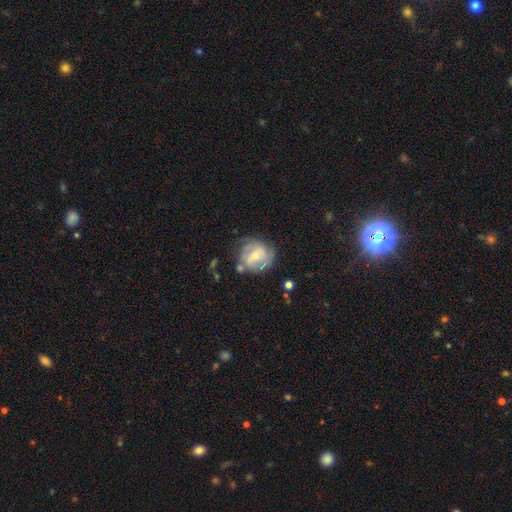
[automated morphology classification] Smooth or featured? Predicted: featured or disk (p=0.60). Edge-on disk? Predicted: no (p=0.97). Bar? Predicted: no (p=0.50). Spiral arms? Predicted: yes (p=0.76). Bulge size? Predicted: small (p=0.54). Merging? Predicted: none (p=0.57).